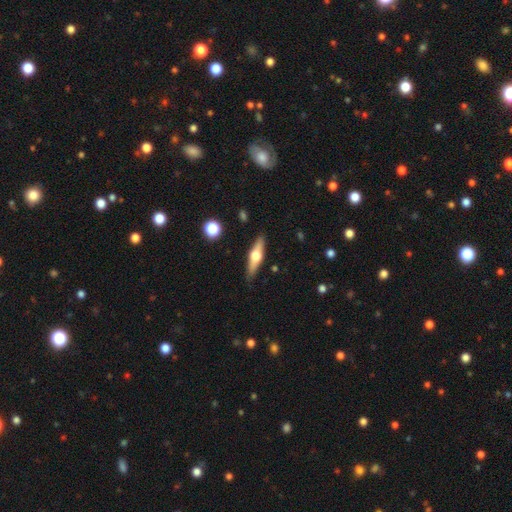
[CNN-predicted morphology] Q: Smooth or featured?
A: featured or disk (57%); runner-up: smooth (37%)
Q: Edge-on disk?
A: yes (94%); runner-up: no (6%)
Q: Edge-on bulge?
A: rounded (94%); runner-up: boxy (4%)
Q: Merging?
A: none (87%); runner-up: minor disturbance (10%)